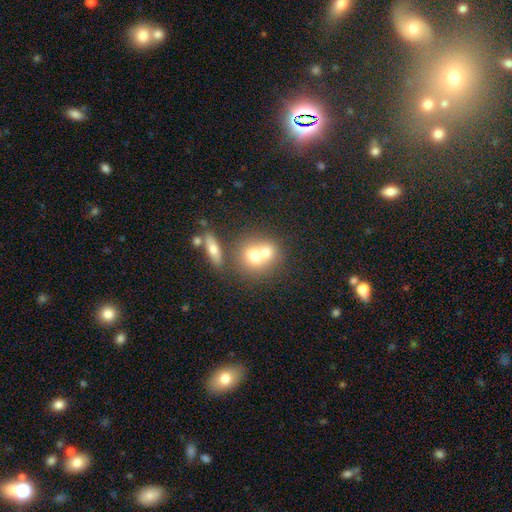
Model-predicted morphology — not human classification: type=smooth (66%); roundness=round (73%); merging=merger (62%).